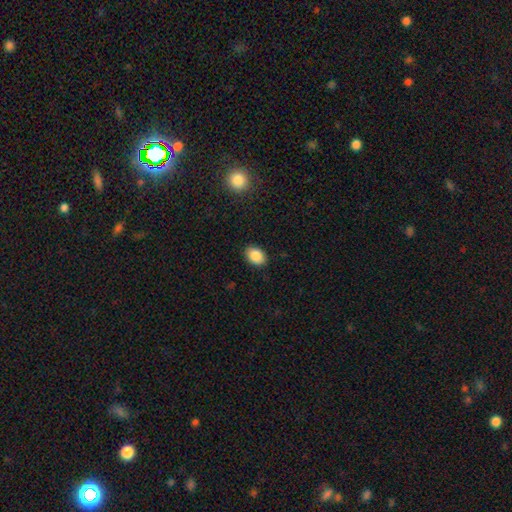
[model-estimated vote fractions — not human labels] Smooth or featured?
  - smooth: 88% *
  - star or artifact: 8%
  - featured or disk: 4%
How rounded?
  - in between: 81% *
  - round: 18%
  - cigar-shaped: 1%
Merging?
  - none: 88% *
  - minor disturbance: 9%
  - major disturbance: 2%
  - merger: 1%